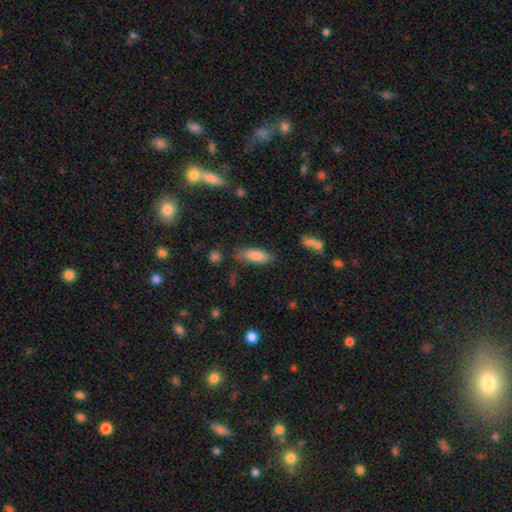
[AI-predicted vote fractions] Smooth or featured?
  - smooth: 83% *
  - featured or disk: 10%
  - star or artifact: 7%
How rounded?
  - in between: 73% *
  - cigar-shaped: 25%
  - round: 2%
Merging?
  - none: 70% *
  - minor disturbance: 21%
  - major disturbance: 6%
  - merger: 3%